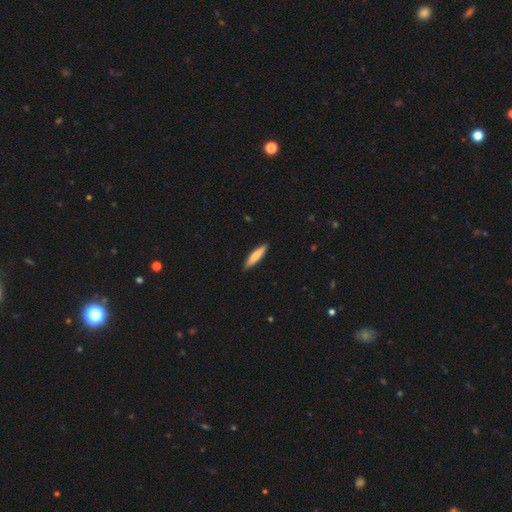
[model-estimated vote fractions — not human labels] The model was most divided on "smooth or featured": smooth: 78%, featured or disk: 16%, star or artifact: 5%. More confident: merging — none (90%); how rounded — cigar-shaped (83%).